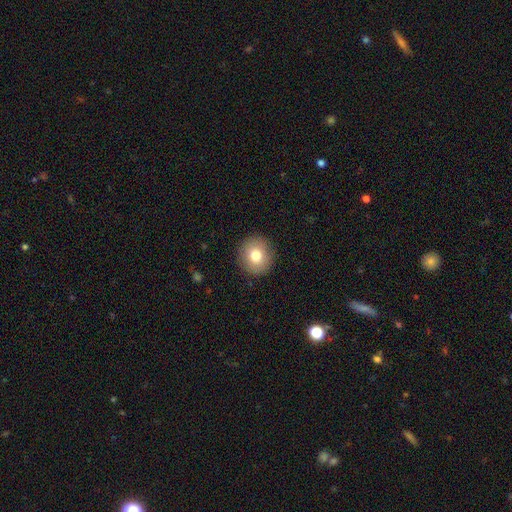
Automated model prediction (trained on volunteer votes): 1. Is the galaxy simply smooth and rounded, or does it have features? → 78% smooth, 12% featured or disk, 10% star or artifact.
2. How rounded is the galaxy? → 90% round, 9% in between, 1% cigar-shaped.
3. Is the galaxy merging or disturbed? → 91% none, 6% minor disturbance, 2% major disturbance, 1% merger.